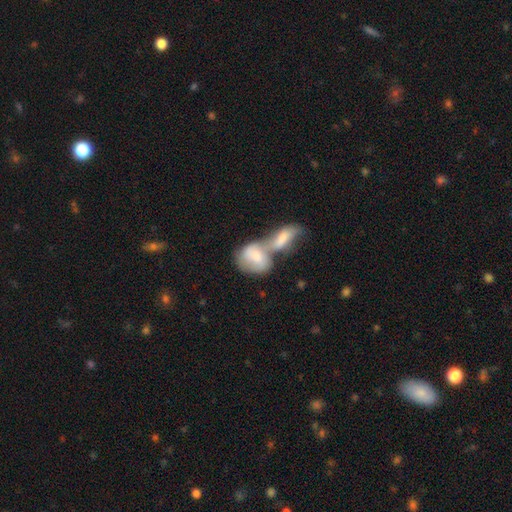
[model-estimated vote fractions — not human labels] smooth_or_featured: smooth (p=0.65) [alt: featured or disk p=0.30]
how_rounded: in between (p=0.70) [alt: round p=0.26]
merging: merger (p=0.77) [alt: none p=0.11]